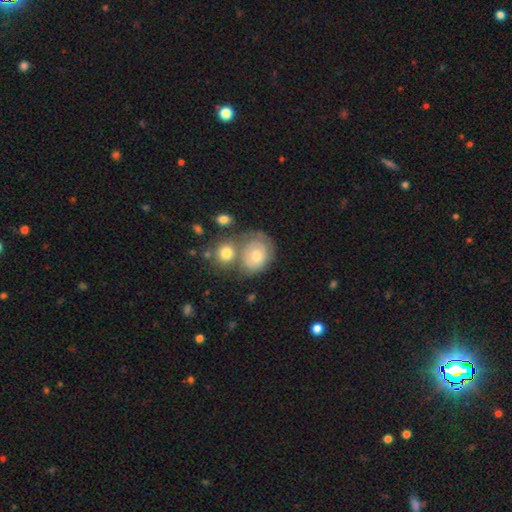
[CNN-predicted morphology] Q: Smooth or featured?
A: featured or disk (46%); runner-up: smooth (45%)
Q: Merging?
A: none (46%); runner-up: merger (27%)